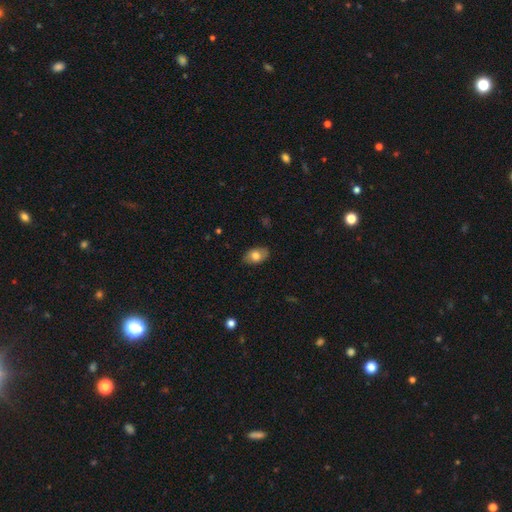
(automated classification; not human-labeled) A smooth galaxy with no disk features (75%) that is in between round and cigar-shaped (89%). Merging: none (83%).